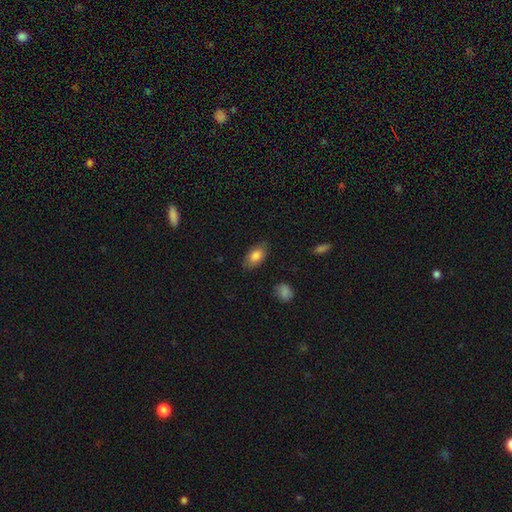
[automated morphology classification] Q: Smooth or featured?
A: smooth (82%); runner-up: featured or disk (11%)
Q: How rounded?
A: in between (92%); runner-up: round (6%)
Q: Merging?
A: none (79%); runner-up: minor disturbance (16%)